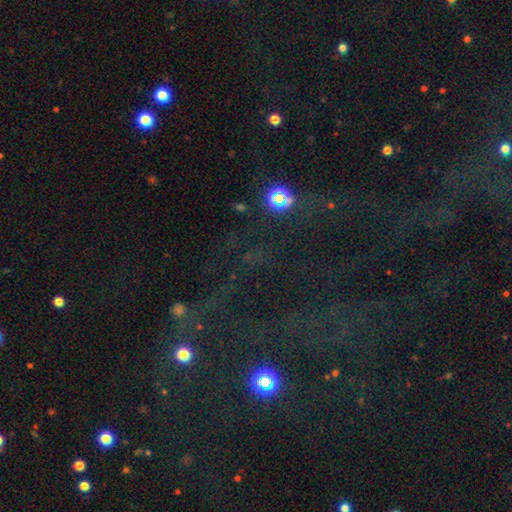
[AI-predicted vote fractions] This appears to be a star or artifact, not a galaxy (64%).